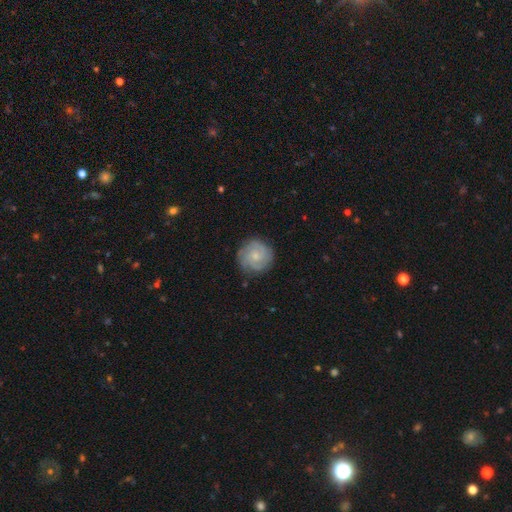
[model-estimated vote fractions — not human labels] A featured or disk galaxy (74%) with no bar (74%), 3 (37%) tight (65%) spiral arms (95%) and a small central bulge (65%). Merging: none (83%).